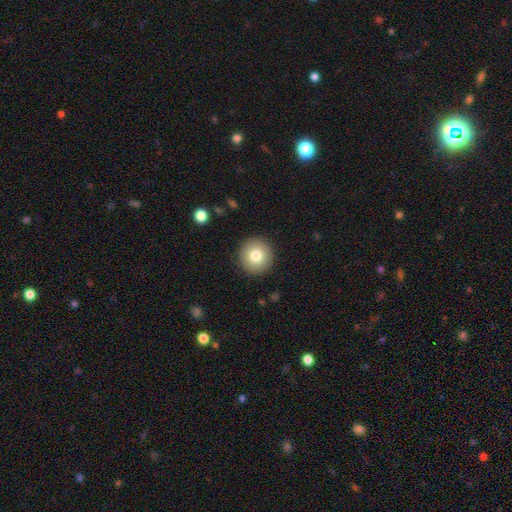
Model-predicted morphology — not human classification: This is likely a smooth galaxy (79%). How rounded: clearly round (94%). Merging: clearly none (91%).